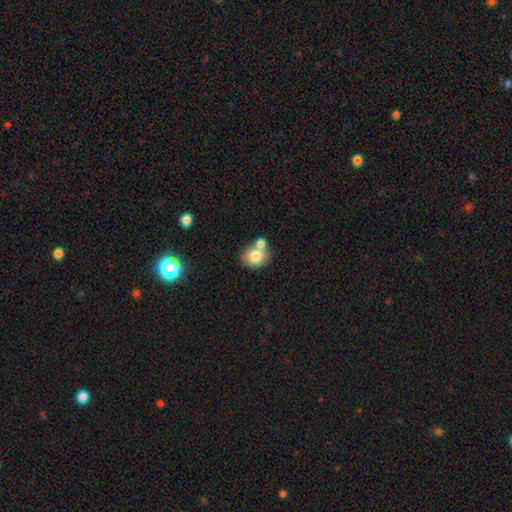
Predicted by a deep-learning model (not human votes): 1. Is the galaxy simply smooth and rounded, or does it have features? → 78% smooth, 14% featured or disk, 9% star or artifact.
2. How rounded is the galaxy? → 63% round, 36% in between, 1% cigar-shaped.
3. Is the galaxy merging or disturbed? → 45% none, 41% merger, 11% minor disturbance, 4% major disturbance.